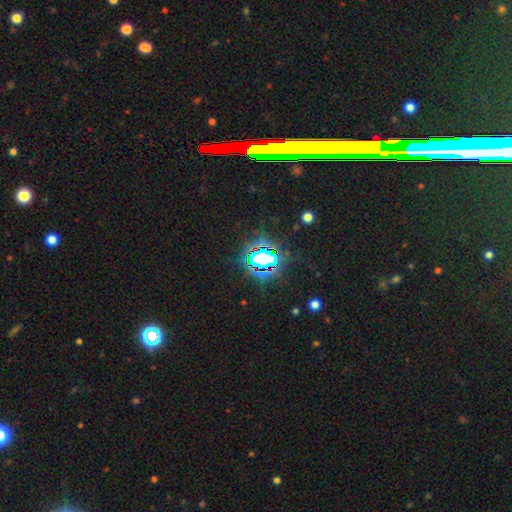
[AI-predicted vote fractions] This is clearly a star or artifact rather than a galaxy (81%).